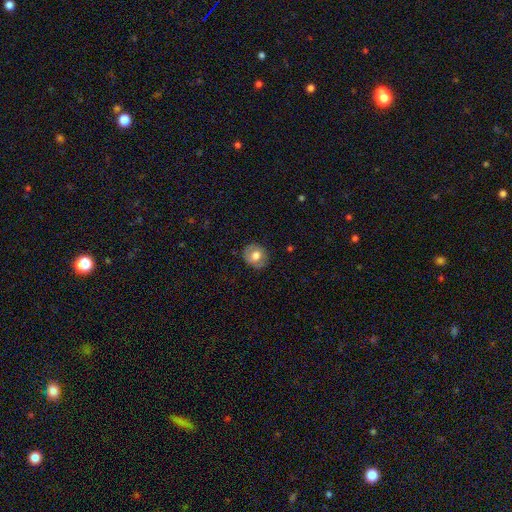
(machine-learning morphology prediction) smooth 64%, featured or disk 28%, star or artifact 8%. Down the decision tree: how rounded — round (77%); merging — none (81%).